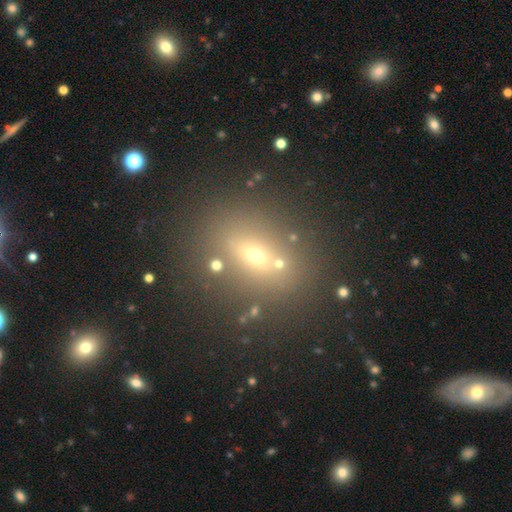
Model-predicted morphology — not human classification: smooth-or-featured: smooth: 51% | star or artifact: 28% | featured or disk: 21%
  how-rounded: in between: 53% | round: 41% | cigar-shaped: 6%
  merging: none: 76% | minor disturbance: 10% | merger: 8% | major disturbance: 5%